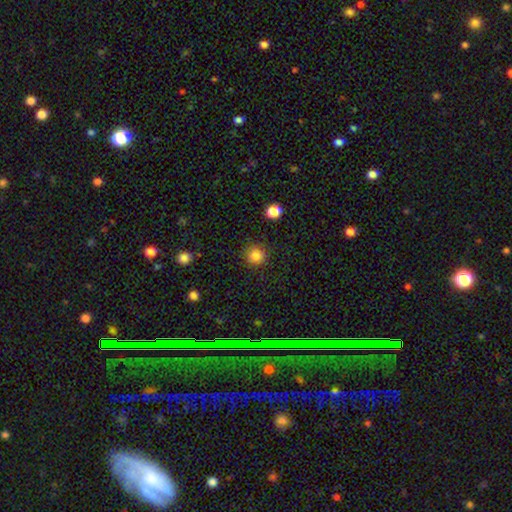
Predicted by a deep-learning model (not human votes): smooth 85%, star or artifact 12%, featured or disk 4%. Down the decision tree: how rounded — round (92%); merging — none (87%).